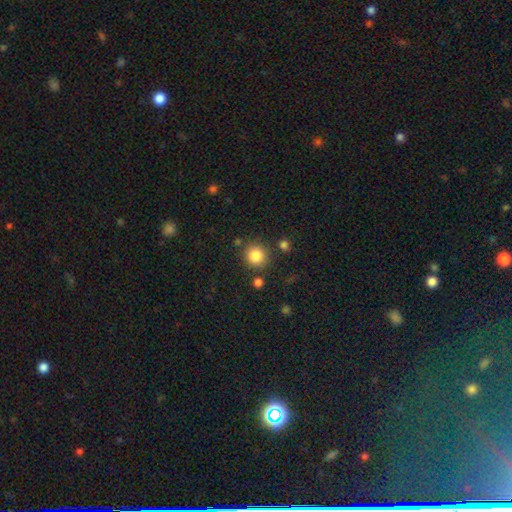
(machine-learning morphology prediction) smooth-or-featured: smooth: 85% | star or artifact: 11% | featured or disk: 5%
  how-rounded: round: 91% | in between: 8% | cigar-shaped: 1%
  merging: none: 82% | minor disturbance: 9% | merger: 6% | major disturbance: 4%